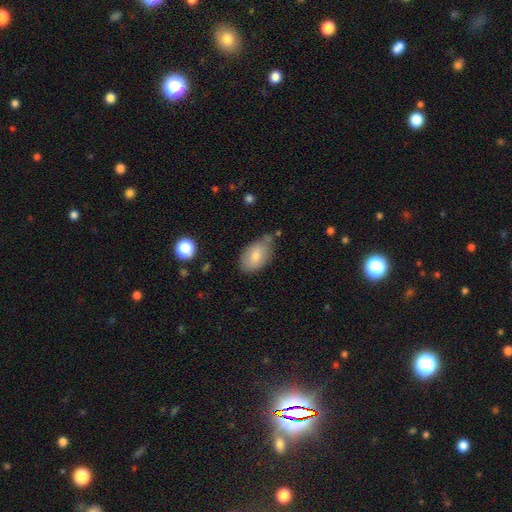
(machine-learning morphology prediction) Smooth or featured? smooth (76%)
How rounded? in between (91%)
Merging? none (57%)